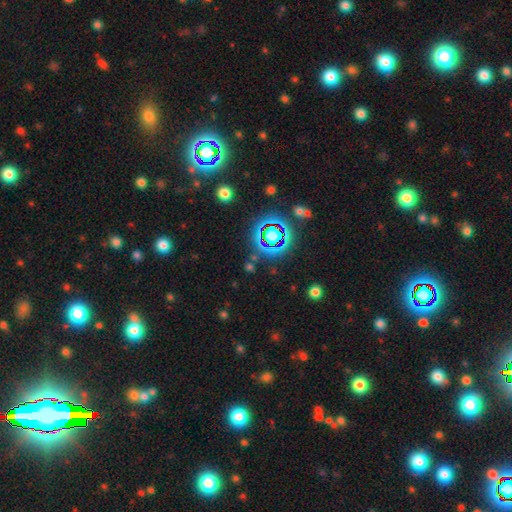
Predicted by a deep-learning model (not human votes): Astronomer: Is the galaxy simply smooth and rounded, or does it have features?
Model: star or artifact — 72%.